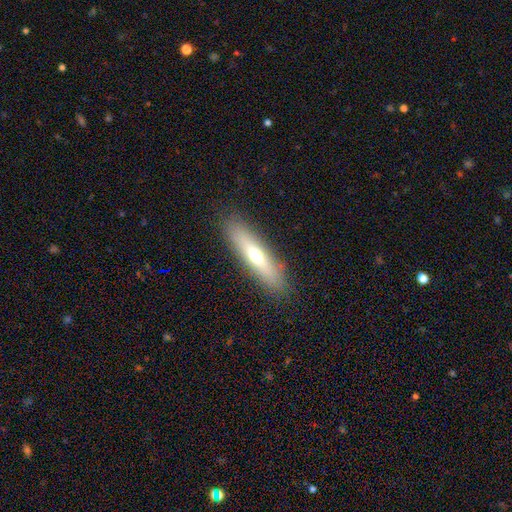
Overall: smooth (61%; featured or disk 32%). How rounded: cigar-shaped (83%). Merging: none (97%).